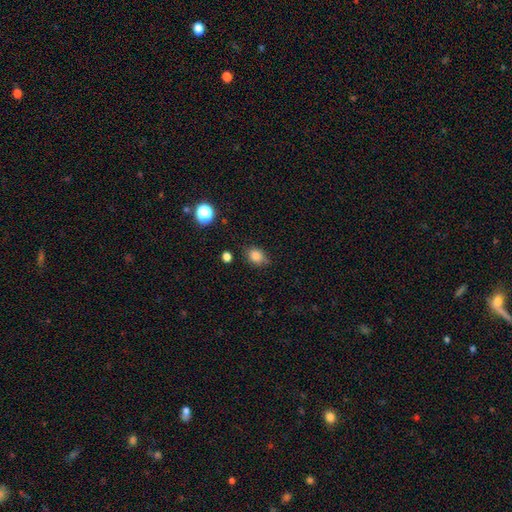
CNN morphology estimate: smooth_or_featured: smooth (p=0.84) [alt: star or artifact p=0.11]
how_rounded: in between (p=0.49) [tied with: round p=0.49]
merging: none (p=0.69) [alt: minor disturbance p=0.23]